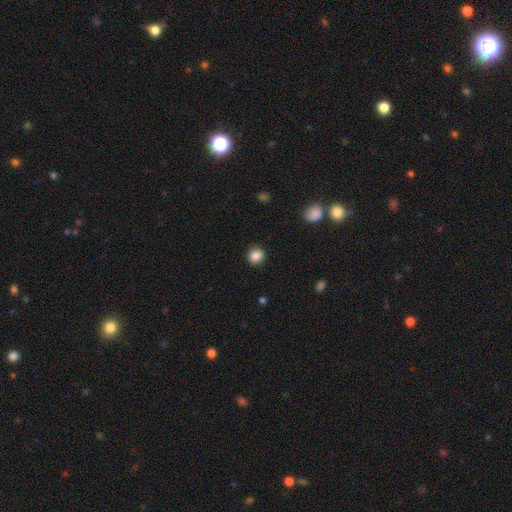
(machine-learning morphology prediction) smooth-or-featured: smooth: 86% | star or artifact: 10% | featured or disk: 4%
  how-rounded: round: 86% | in between: 13% | cigar-shaped: 1%
  merging: none: 90% | minor disturbance: 7% | major disturbance: 2% | merger: 1%